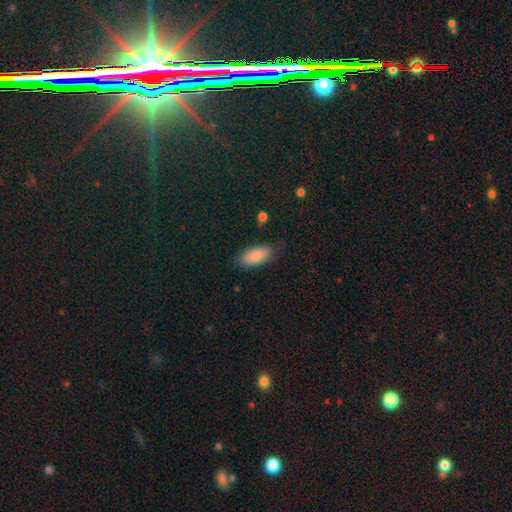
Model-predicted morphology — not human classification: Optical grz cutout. It shows a smooth galaxy with no disk features (88%) that is in between round and cigar-shaped (90%). Merging: none (80%).